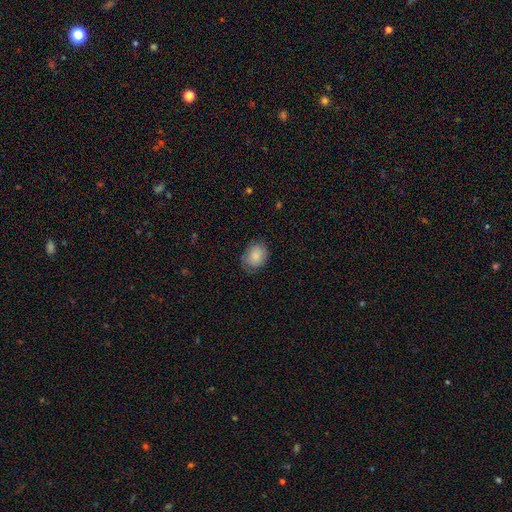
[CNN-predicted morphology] smooth-or-featured: smooth: 84% | featured or disk: 9% | star or artifact: 7%
  how-rounded: in between: 52% | round: 47% | cigar-shaped: 1%
  merging: none: 71% | minor disturbance: 22% | major disturbance: 6% | merger: 1%